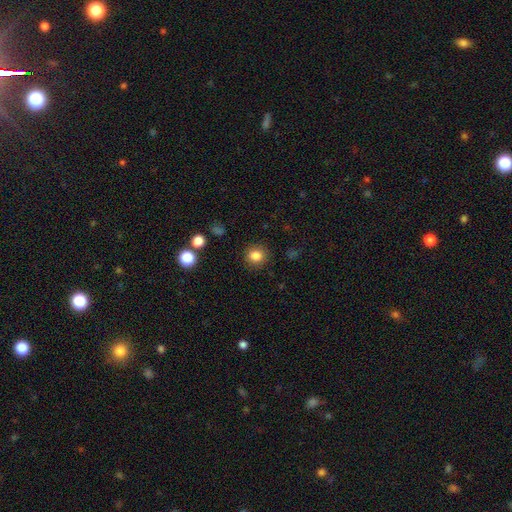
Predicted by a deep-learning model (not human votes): The model was most divided on "how rounded": round: 84%, in between: 15%, cigar-shaped: 1%. More confident: merging — none (89%); smooth or featured — smooth (84%).